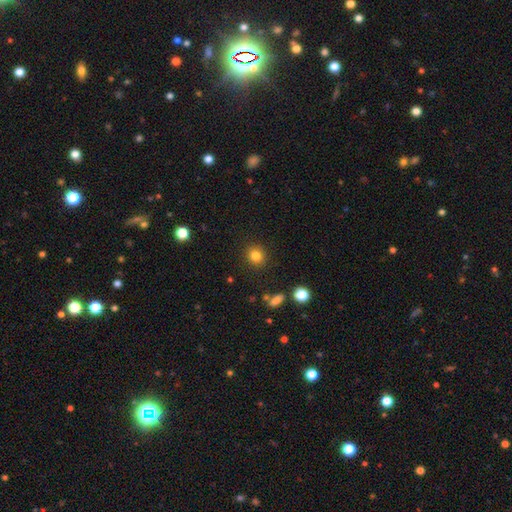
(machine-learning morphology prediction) smooth_or_featured: smooth (p=0.83) [alt: star or artifact p=0.12]
how_rounded: round (p=0.86) [alt: in between p=0.13]
merging: none (p=0.90) [alt: minor disturbance p=0.06]